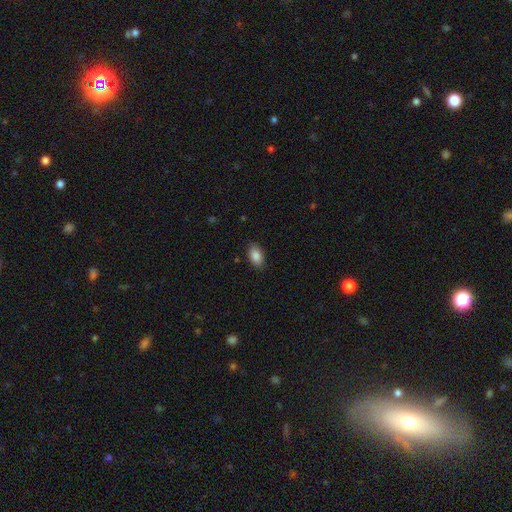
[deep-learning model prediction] smooth 88%, star or artifact 7%, featured or disk 5%. Down the decision tree: how rounded — in between (92%); merging — none (87%).